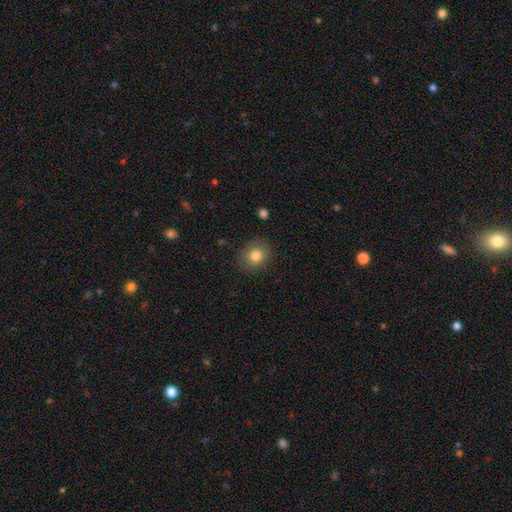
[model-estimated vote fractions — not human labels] smooth 80%, star or artifact 10%, featured or disk 10%. Down the decision tree: how rounded — round (72%); merging — none (86%).